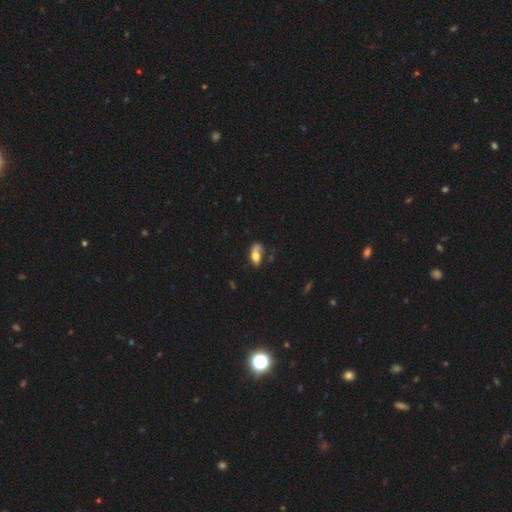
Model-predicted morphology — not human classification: A smooth galaxy with no disk features (64%) that is in between round and cigar-shaped (85%). Merging: none (37%).